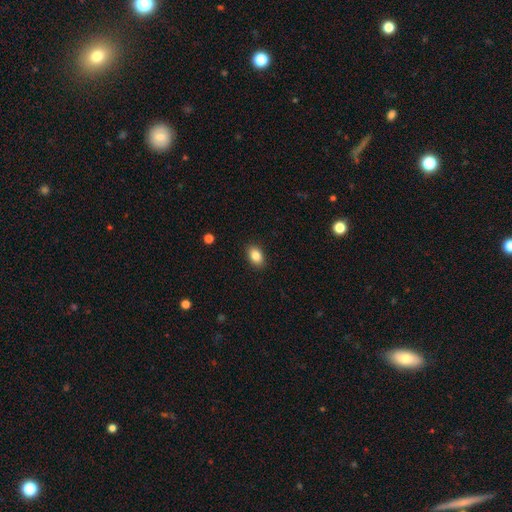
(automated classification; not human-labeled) smooth-or-featured: smooth: 86% | star or artifact: 8% | featured or disk: 6%
  how-rounded: in between: 84% | round: 15% | cigar-shaped: 1%
  merging: none: 89% | minor disturbance: 8% | major disturbance: 2% | merger: 1%